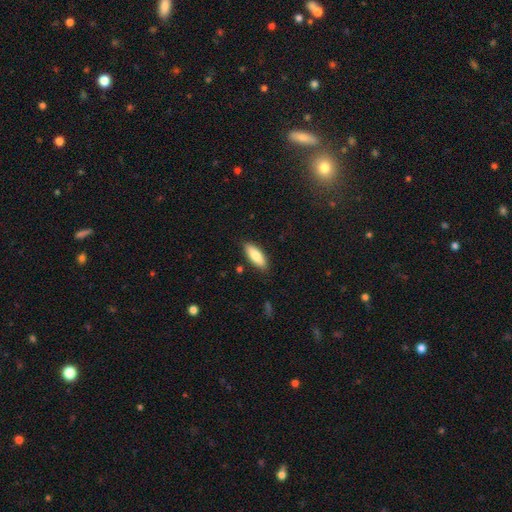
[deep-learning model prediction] Smooth or featured? smooth (81%)
How rounded? in between (62%)
Merging? none (85%)